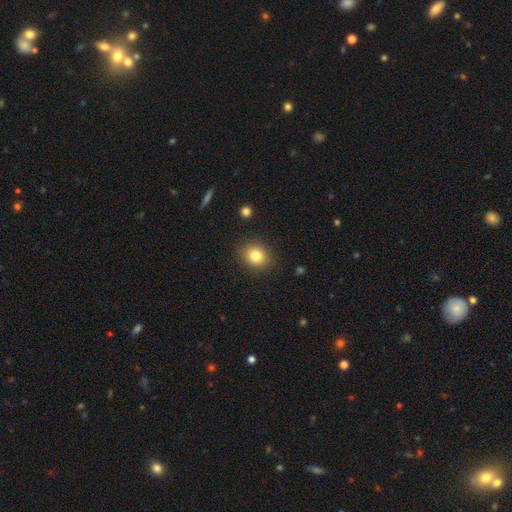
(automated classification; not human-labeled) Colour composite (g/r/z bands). It shows a smooth galaxy with no disk features (82%) that is round (69%). Merging: none (88%).